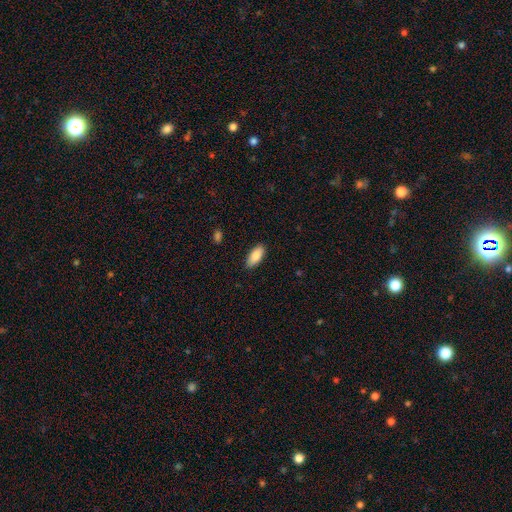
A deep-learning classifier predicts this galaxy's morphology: This appears to be a smooth galaxy with no disk features (87%) that is in between round and cigar-shaped (86%). Merging: none (88%).